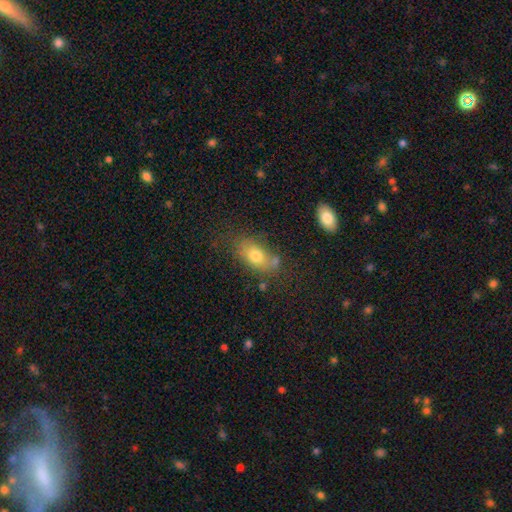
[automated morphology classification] A smooth galaxy with no disk features (73%) that is in between round and cigar-shaped (84%).

Vote fractions:
- Smooth or featured? smooth: 73% / featured or disk: 17% / star or artifact: 10%
- How rounded? in between: 84% / round: 13% / cigar-shaped: 3%
- Merging? none: 60% / minor disturbance: 21% / merger: 10% / major disturbance: 9%